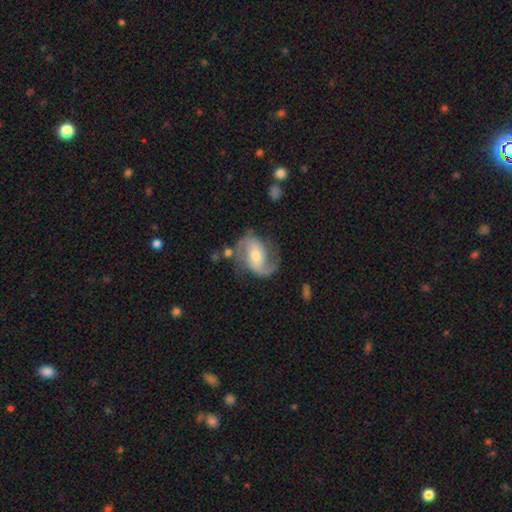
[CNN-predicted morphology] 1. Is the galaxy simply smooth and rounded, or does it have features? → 85% featured or disk, 9% smooth, 5% star or artifact.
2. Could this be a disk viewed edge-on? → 97% no, 3% yes.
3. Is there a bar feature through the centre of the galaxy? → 42% weak, 32% no, 26% strong.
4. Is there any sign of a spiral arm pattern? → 95% yes, 5% no.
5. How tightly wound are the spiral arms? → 46% medium, 40% loose, 14% tight.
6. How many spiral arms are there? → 85% 2, 8% 1, 4% can't tell, 1% 3, 1% 4, 1% more than 4.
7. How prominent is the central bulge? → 53% moderate, 41% small, 4% large, 1% none, 1% dominant.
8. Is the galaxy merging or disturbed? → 68% none, 18% minor disturbance, 11% major disturbance, 3% merger.